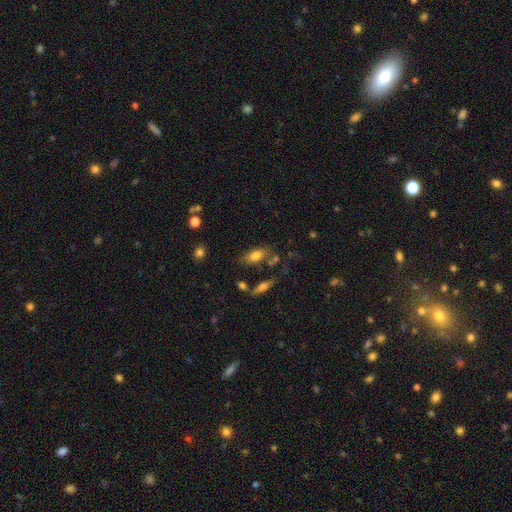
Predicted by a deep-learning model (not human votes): Smooth or featured? smooth (77%)
How rounded? in between (86%)
Merging? none (60%)